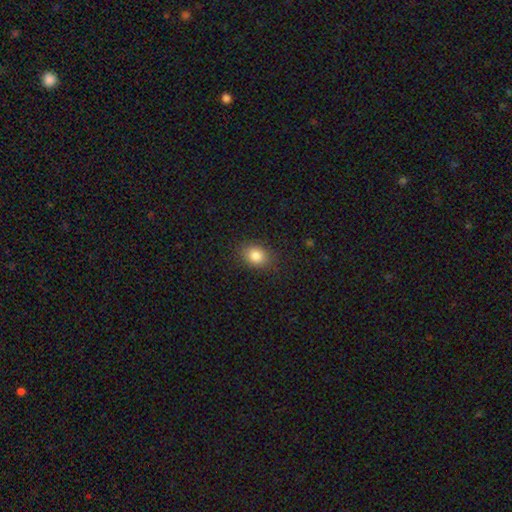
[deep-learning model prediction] This is clearly a smooth galaxy (84%). How rounded: possibly in between (56%). Merging: clearly none (86%).